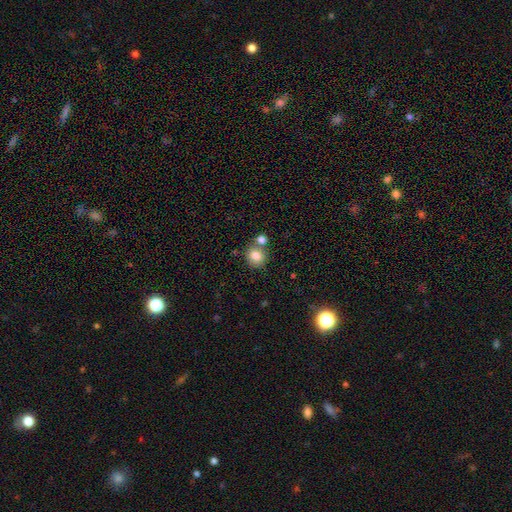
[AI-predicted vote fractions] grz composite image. It shows a smooth galaxy with no disk features (81%) that is round (81%). Merging: none (64%).